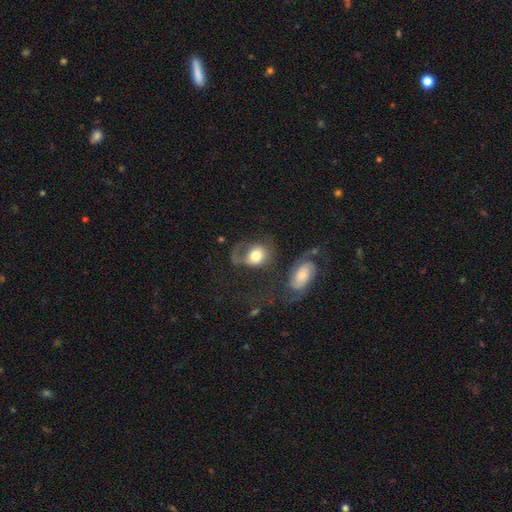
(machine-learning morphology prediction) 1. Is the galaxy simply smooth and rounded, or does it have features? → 54% smooth, 38% featured or disk, 8% star or artifact.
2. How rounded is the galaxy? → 49% in between (tied), 49% round (tied), 1% cigar-shaped.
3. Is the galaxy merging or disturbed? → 39% major disturbance, 26% none, 19% merger, 16% minor disturbance.